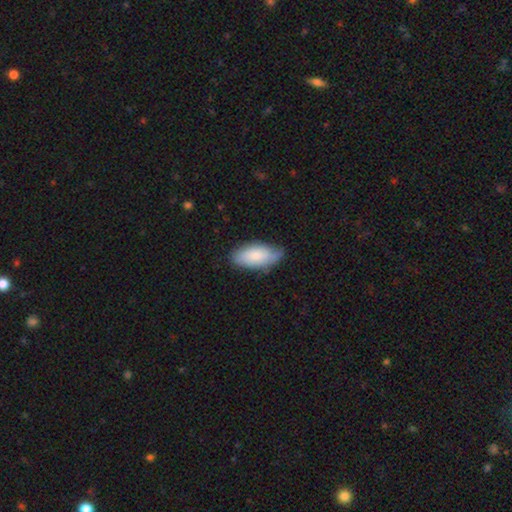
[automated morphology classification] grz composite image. It shows a smooth galaxy with no disk features (74%) that is in between round and cigar-shaped (91%). Merging: none (68%).